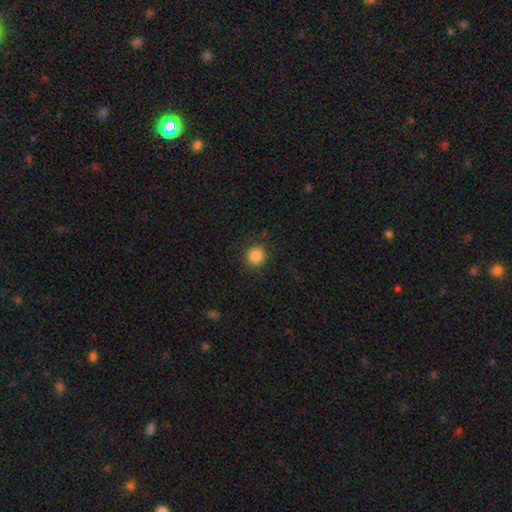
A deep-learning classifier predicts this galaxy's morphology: Smooth or featured? Predicted: smooth (p=0.86). How rounded? Predicted: round (p=0.91). Merging? Predicted: none (p=0.89).